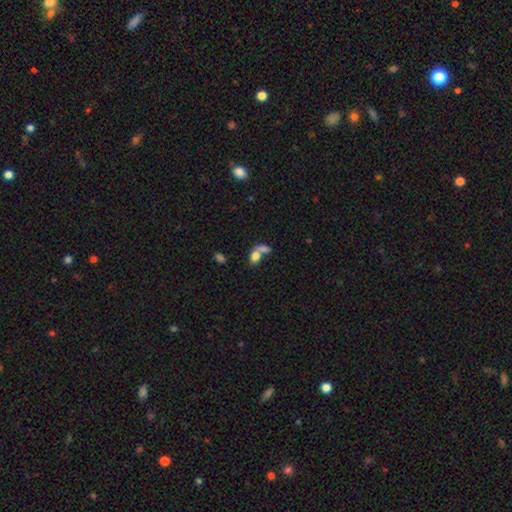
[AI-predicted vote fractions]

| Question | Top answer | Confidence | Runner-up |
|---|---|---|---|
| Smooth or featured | smooth | 74% | featured or disk (16%) |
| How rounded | in between | 75% | round (21%) |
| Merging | merger | 61% | none (23%) |